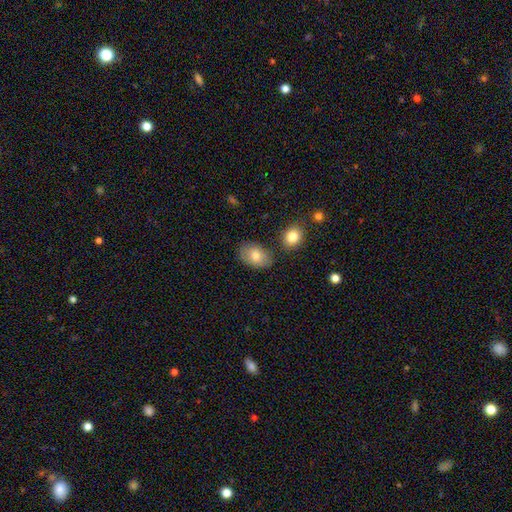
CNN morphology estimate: A smooth galaxy with no disk features (80%) that is in between round and cigar-shaped (84%). Merging: none (73%).